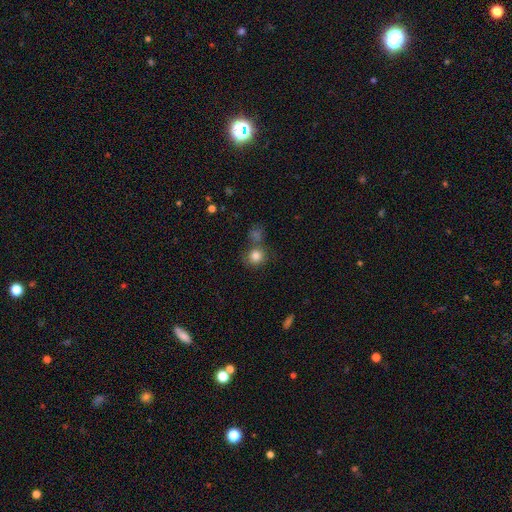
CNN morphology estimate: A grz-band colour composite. It shows a smooth galaxy with no disk features (82%) that is round (86%). Merging: none (57%).